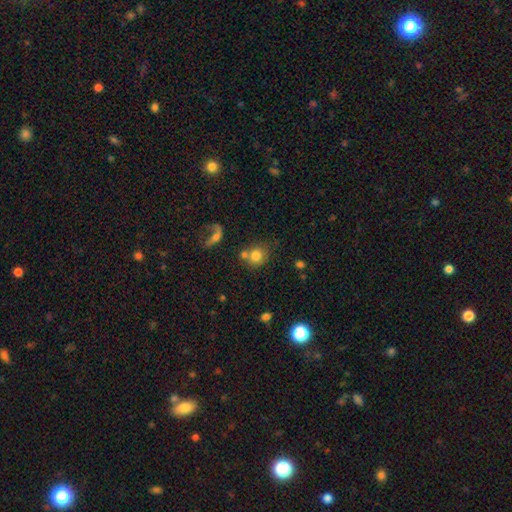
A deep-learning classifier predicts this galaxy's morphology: The model was most divided on "merging": none: 54%, merger: 28%, minor disturbance: 11%, major disturbance: 7%. More confident: how rounded — round (81%); smooth or featured — smooth (77%).